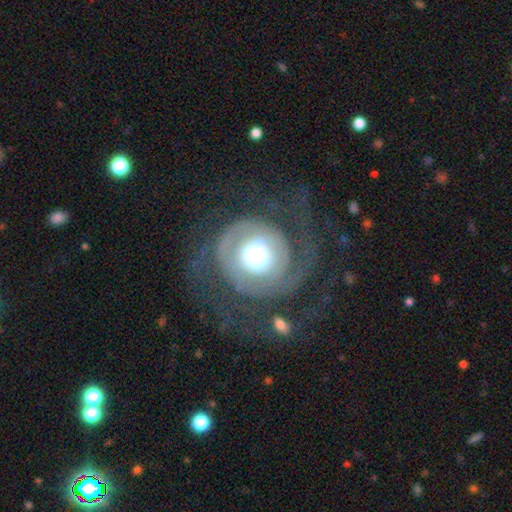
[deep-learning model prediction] Smooth or featured: featured or disk — 76% (smooth — 18%)
Edge-on disk: no — 97% (yes — 3%)
Bar: no — 81% (weak — 14%)
Spiral arms: yes — 79% (no — 21%)
Spiral winding: tight — 55% (medium — 27%)
Spiral arm count: 2 — 42% (1 — 22%)
Bulge size: moderate — 54% (large — 25%)
Merging: none — 53% (major disturbance — 31%)